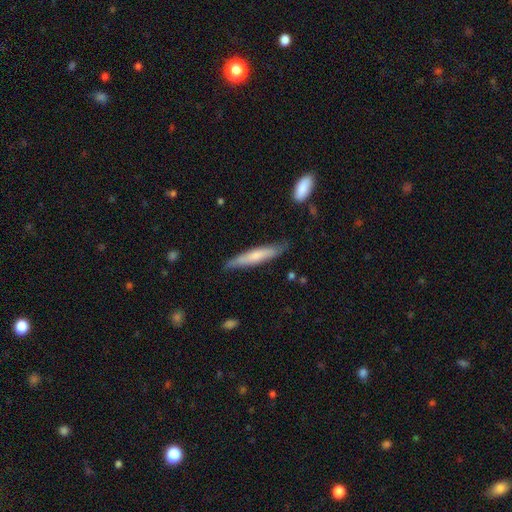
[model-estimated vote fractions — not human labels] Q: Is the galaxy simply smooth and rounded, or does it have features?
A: smooth — 61%.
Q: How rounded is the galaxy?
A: cigar-shaped — 89%.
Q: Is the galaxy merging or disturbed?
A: none — 79%.